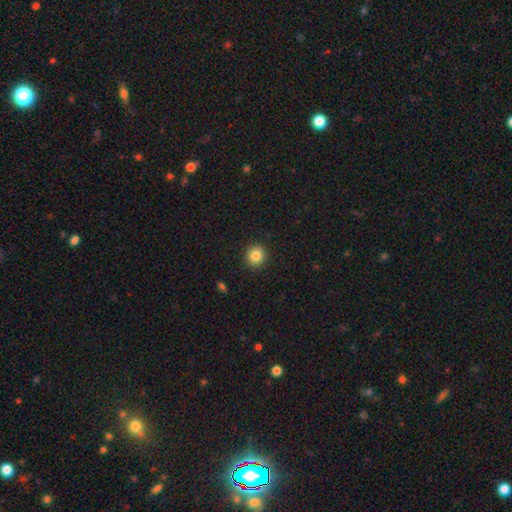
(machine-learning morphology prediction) smooth 84%, star or artifact 10%, featured or disk 6%. Down the decision tree: how rounded — round (89%); merging — none (91%).